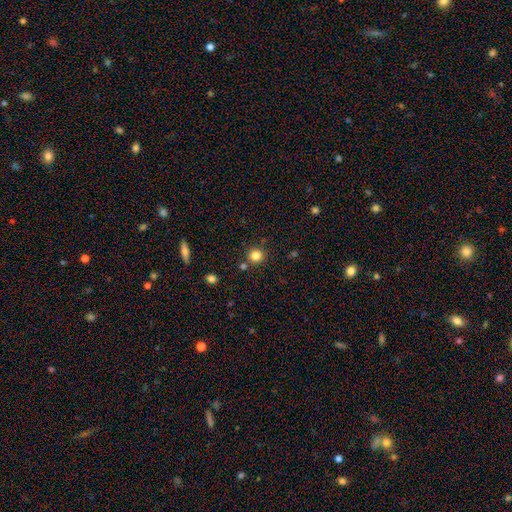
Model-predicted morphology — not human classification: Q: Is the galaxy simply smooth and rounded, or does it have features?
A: smooth — 82%.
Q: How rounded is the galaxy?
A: round — 91%.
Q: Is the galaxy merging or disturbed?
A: none — 80%.